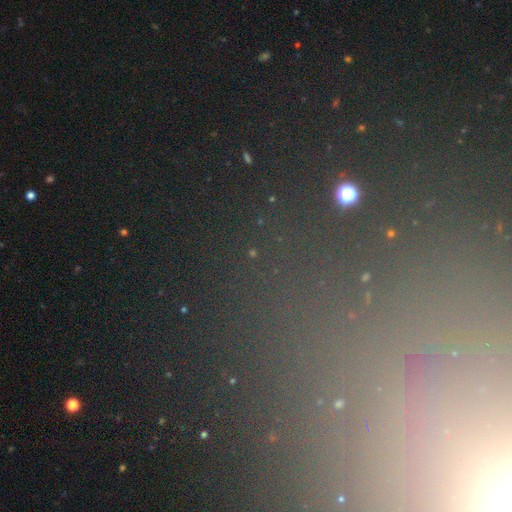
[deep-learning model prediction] Morphology: type=star or artifact (75%).